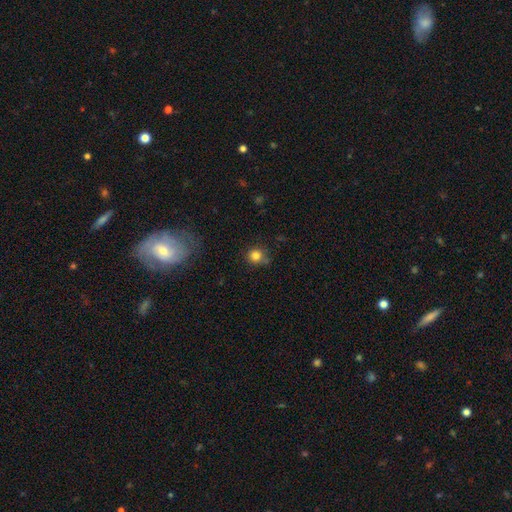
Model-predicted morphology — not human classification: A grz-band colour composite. It shows a smooth galaxy with no disk features (82%) that is round (90%). Merging: none (75%).